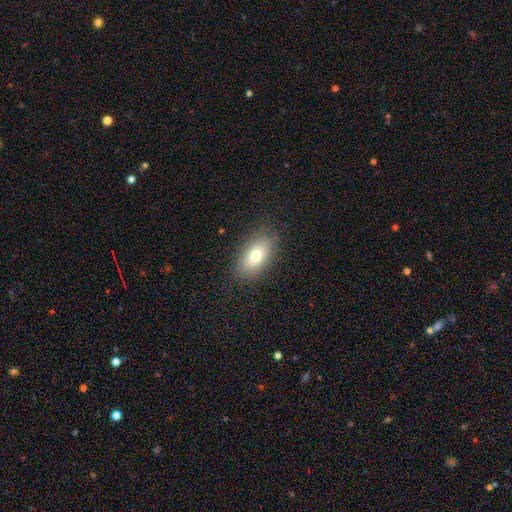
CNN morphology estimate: smooth-or-featured: smooth: 76% | featured or disk: 15% | star or artifact: 9%
  how-rounded: in between: 89% | round: 6% | cigar-shaped: 5%
  merging: none: 86% | minor disturbance: 10% | major disturbance: 3% | merger: 1%